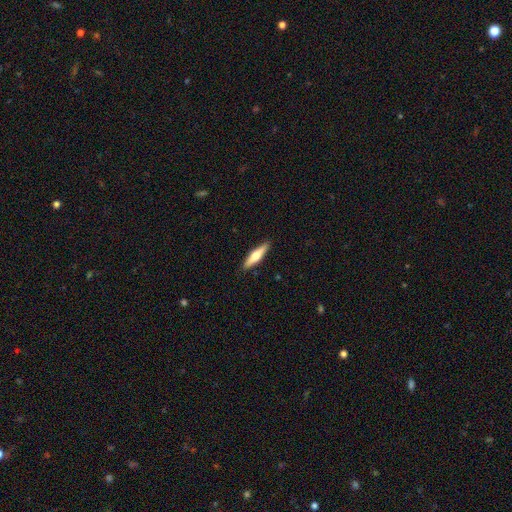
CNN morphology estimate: Smooth or featured? smooth (51%)
How rounded? cigar-shaped (77%)
Merging? none (90%)